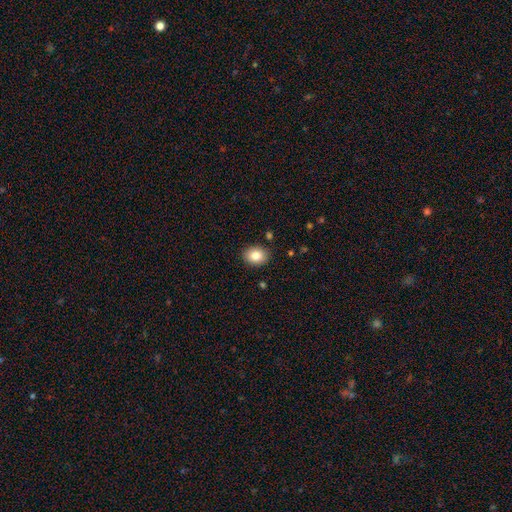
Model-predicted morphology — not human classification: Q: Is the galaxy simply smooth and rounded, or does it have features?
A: smooth — 84%.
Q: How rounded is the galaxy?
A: in between — 56%.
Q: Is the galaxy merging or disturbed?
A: none — 89%.